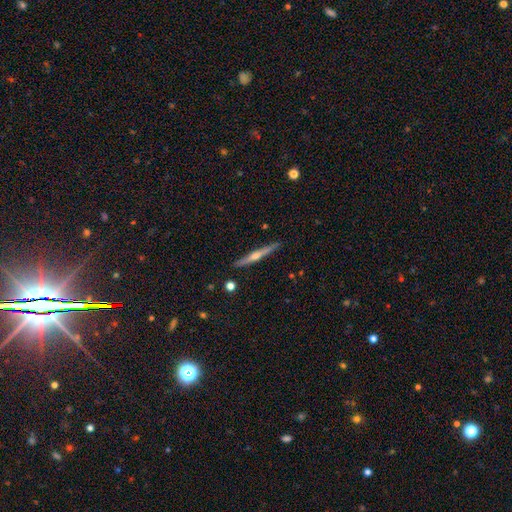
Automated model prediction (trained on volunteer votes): featured or disk 70%, smooth 24%, star or artifact 6%. Down the decision tree: edge-on disk — yes (98%); edge-on bulge — rounded (85%); merging — none (90%).